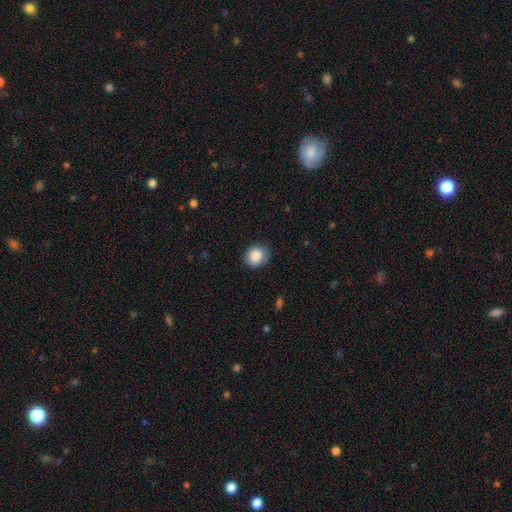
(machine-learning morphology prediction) Q: Smooth or featured?
A: smooth (88%); runner-up: star or artifact (8%)
Q: How rounded?
A: round (76%); runner-up: in between (23%)
Q: Merging?
A: none (81%); runner-up: minor disturbance (15%)